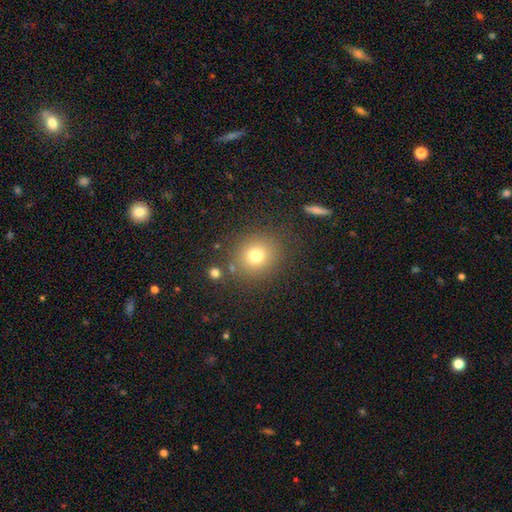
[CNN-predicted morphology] Smooth or featured?
  - smooth: 75% *
  - star or artifact: 15%
  - featured or disk: 10%
How rounded?
  - round: 84% *
  - in between: 15%
  - cigar-shaped: 1%
Merging?
  - none: 83% *
  - minor disturbance: 9%
  - major disturbance: 4%
  - merger: 4%